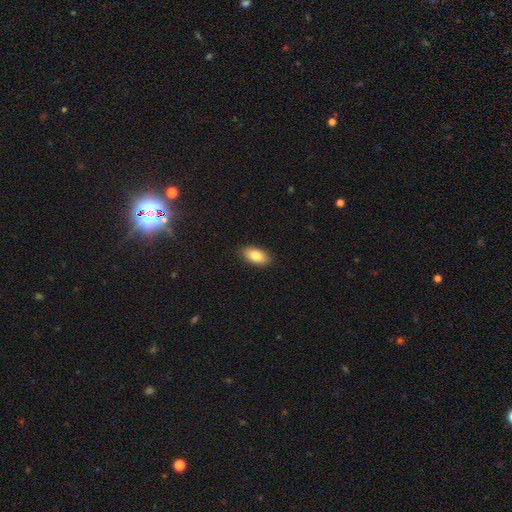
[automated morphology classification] Smooth or featured: smooth — 83% (featured or disk — 10%)
How rounded: in between — 92% (cigar-shaped — 4%)
Merging: none — 89% (minor disturbance — 8%)